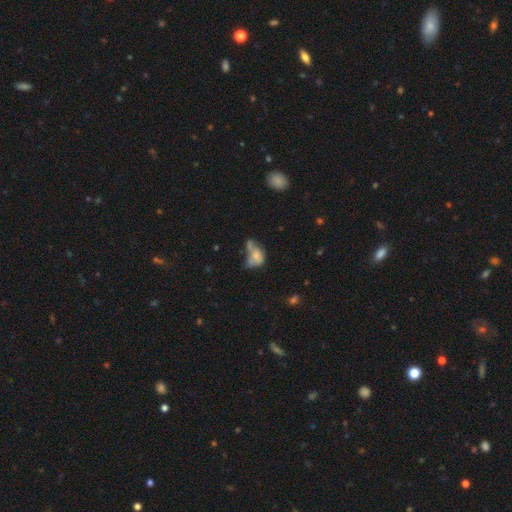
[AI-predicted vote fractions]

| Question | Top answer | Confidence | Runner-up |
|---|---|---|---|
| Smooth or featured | smooth | 59% | featured or disk (28%) |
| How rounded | in between | 79% | round (18%) |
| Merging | merger | 35% | major disturbance (27%) |